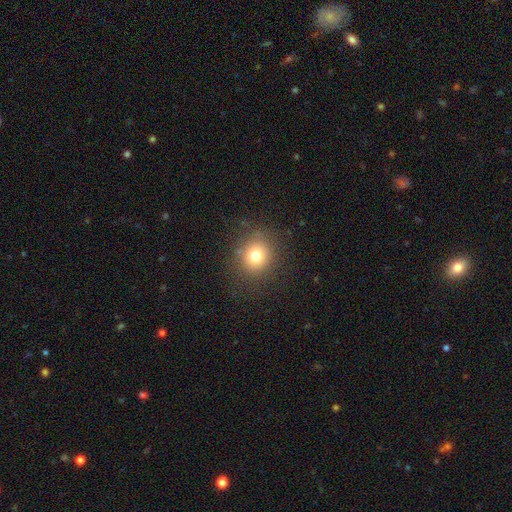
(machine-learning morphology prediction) smooth_or_featured: smooth (p=0.76) [alt: star or artifact p=0.14]
how_rounded: round (p=0.83) [alt: in between p=0.16]
merging: none (p=0.85) [alt: minor disturbance p=0.10]